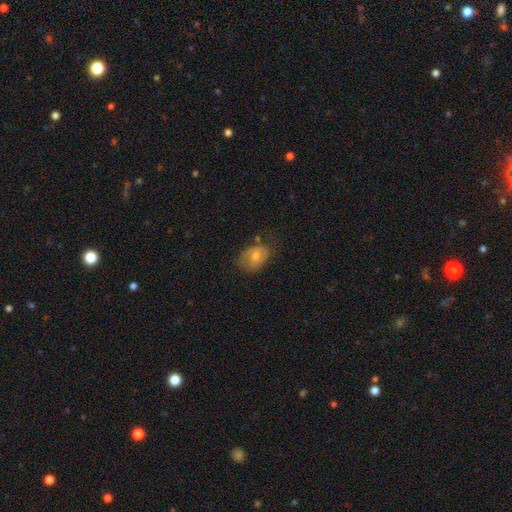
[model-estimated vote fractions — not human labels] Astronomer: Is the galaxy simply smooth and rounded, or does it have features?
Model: smooth — 59%.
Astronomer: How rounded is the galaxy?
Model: in between — 72%.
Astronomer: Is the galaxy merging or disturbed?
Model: none — 58%.